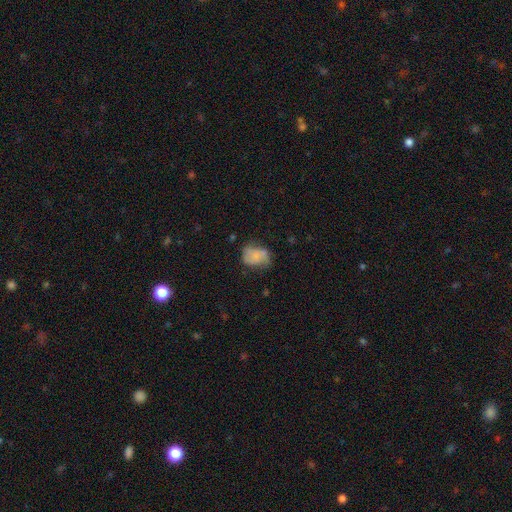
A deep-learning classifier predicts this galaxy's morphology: The model was most divided on "merging": none: 48%, minor disturbance: 33%, major disturbance: 16%, merger: 3%. More confident: how rounded — in between (69%); smooth or featured — smooth (63%).